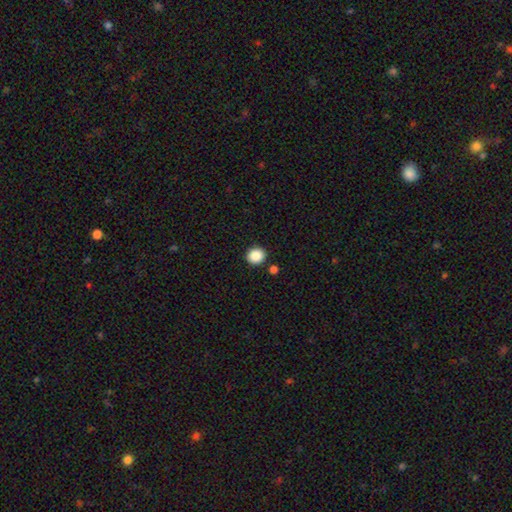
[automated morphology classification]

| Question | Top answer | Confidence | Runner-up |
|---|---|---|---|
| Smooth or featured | smooth | 87% | star or artifact (9%) |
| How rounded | round | 85% | in between (15%) |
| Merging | none | 88% | minor disturbance (6%) |